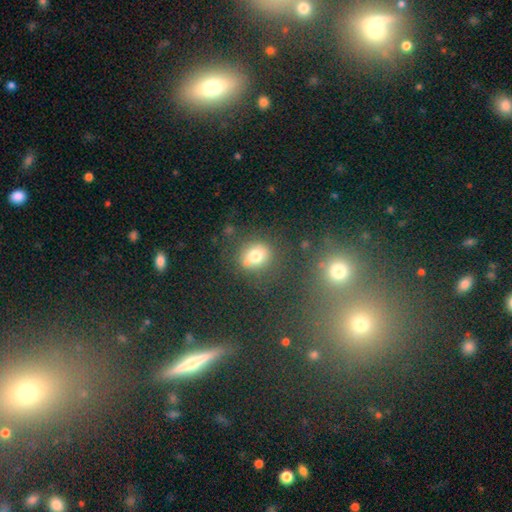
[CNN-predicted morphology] type=smooth (72%); roundness=round (70%); merging=none (72%).